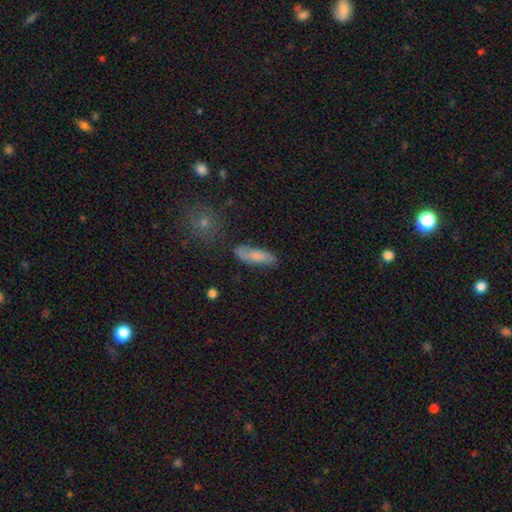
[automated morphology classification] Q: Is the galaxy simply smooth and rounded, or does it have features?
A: smooth — 70%.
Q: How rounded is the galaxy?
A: in between — 54%.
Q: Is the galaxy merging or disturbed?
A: none — 75%.